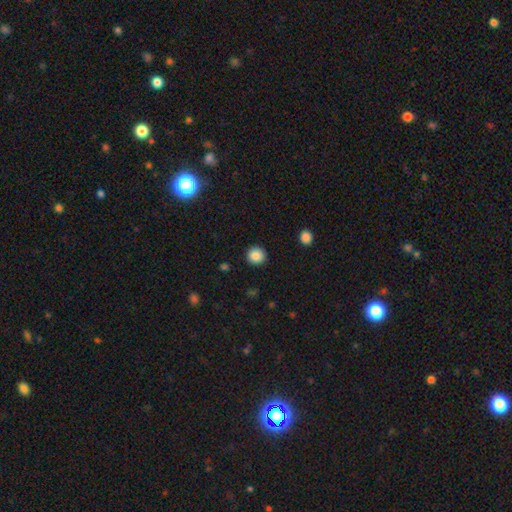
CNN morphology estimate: This is clearly a smooth galaxy (87%). How rounded: clearly round (92%). Merging: clearly none (92%).